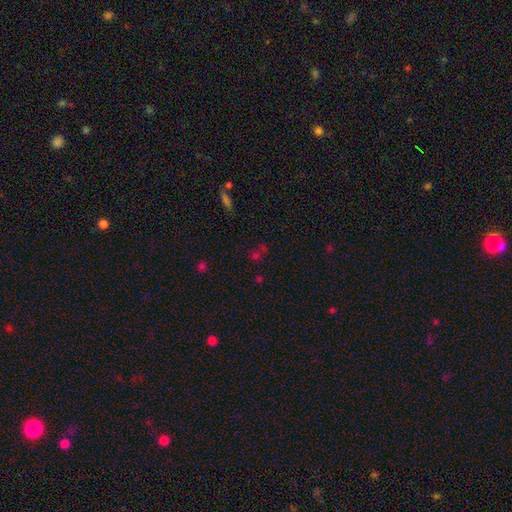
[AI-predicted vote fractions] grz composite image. It shows a star or artifact, not a galaxy (45%).